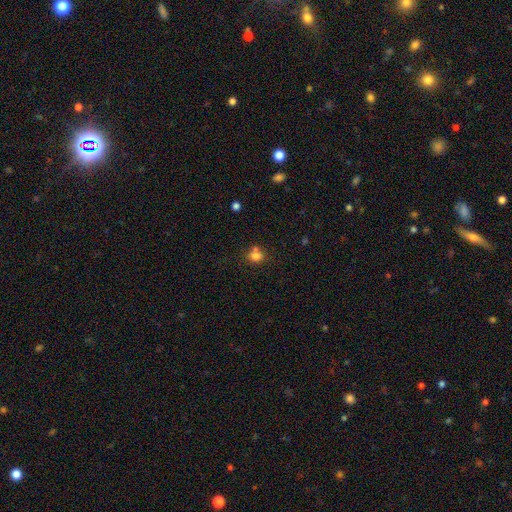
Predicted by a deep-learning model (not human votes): This is likely a smooth galaxy (79%). How rounded: likely round (64%). Merging: possibly none (56%).